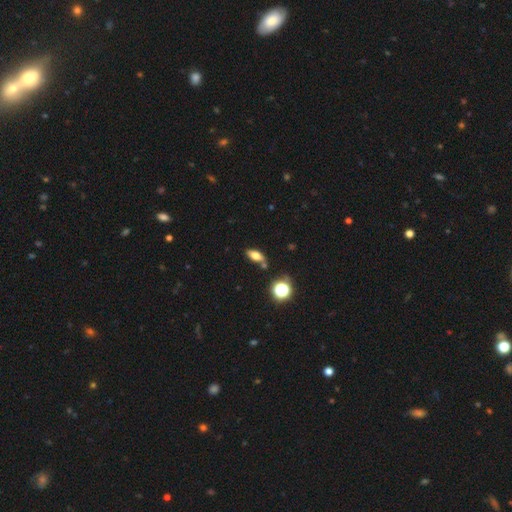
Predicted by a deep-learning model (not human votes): Smooth or featured?
  - smooth: 67% *
  - featured or disk: 21%
  - star or artifact: 13%
How rounded?
  - in between: 76% *
  - cigar-shaped: 17%
  - round: 7%
Merging?
  - none: 70% *
  - minor disturbance: 16%
  - merger: 10%
  - major disturbance: 5%